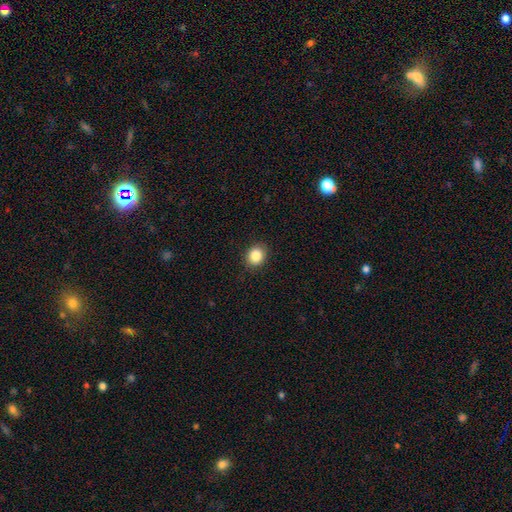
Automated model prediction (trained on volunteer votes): A smooth galaxy with no disk features (85%) that is round (71%). Merging: none (90%).